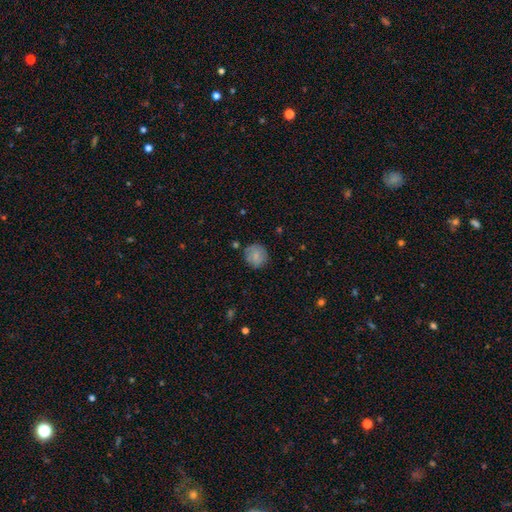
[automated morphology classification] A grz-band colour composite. It shows a smooth galaxy with no disk features (75%) that is round (87%). Merging: none (78%).